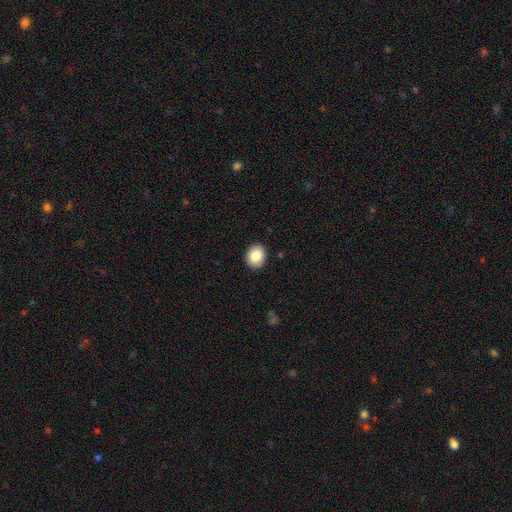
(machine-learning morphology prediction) type=smooth (85%); roundness=round (54%); merging=none (90%).